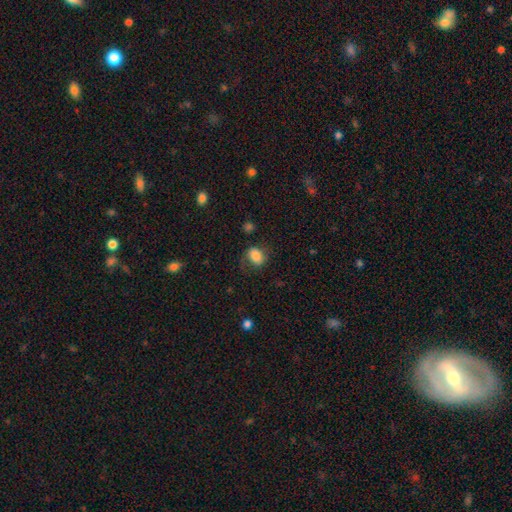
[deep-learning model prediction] Overall: smooth (74%). How rounded: in between (61%; round 38%). Merging: none (63%).